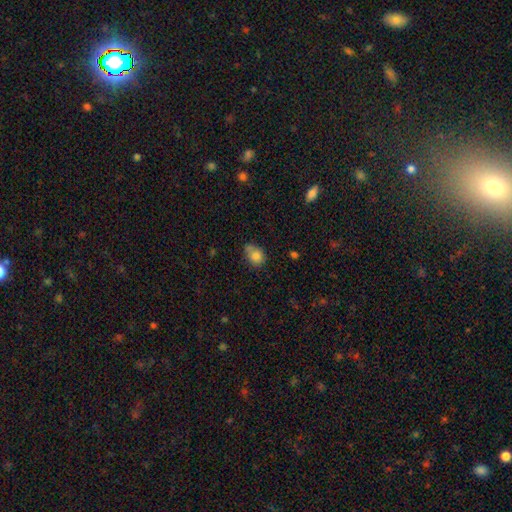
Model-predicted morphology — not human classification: smooth 80%, star or artifact 10%, featured or disk 10%. Down the decision tree: how rounded — round (53%); merging — none (51%).